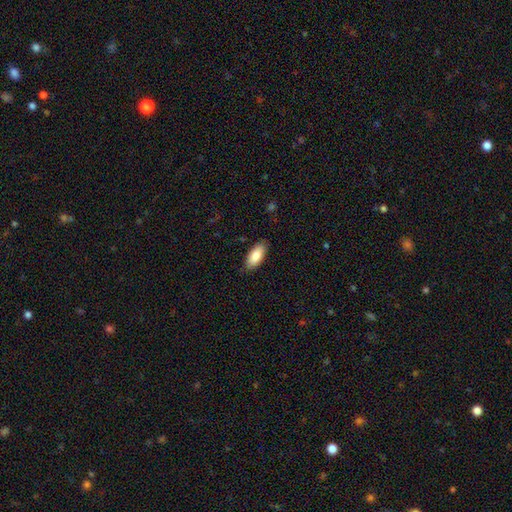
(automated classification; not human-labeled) smooth_or_featured: smooth (p=0.86) [alt: featured or disk p=0.08]
how_rounded: in between (p=0.85) [alt: cigar-shaped p=0.13]
merging: none (p=0.85) [alt: minor disturbance p=0.12]